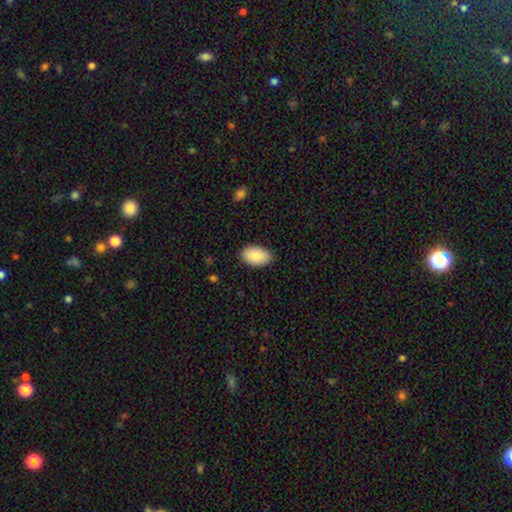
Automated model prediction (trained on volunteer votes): Morphology: type=smooth (87%); roundness=in between (94%); merging=none (87%).